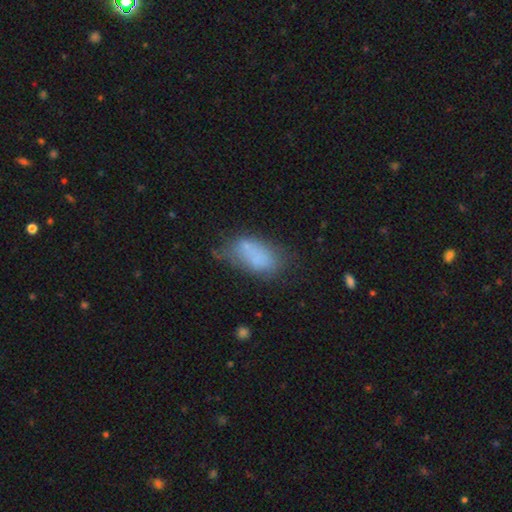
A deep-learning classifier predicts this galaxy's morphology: A smooth galaxy with no disk features (69%) that is in between round and cigar-shaped (90%). Merging: none (36%).